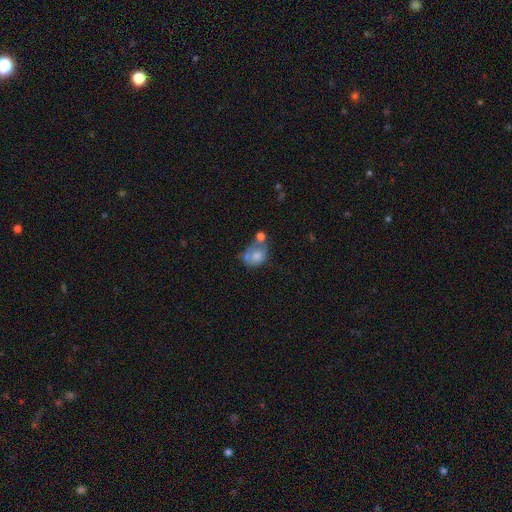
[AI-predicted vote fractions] A smooth galaxy with no disk features (65%) that is in between round and cigar-shaped (55%).

Vote fractions:
- Smooth or featured? smooth: 65% / featured or disk: 27% / star or artifact: 9%
- How rounded? in between: 55% / round: 44% / cigar-shaped: 1%
- Merging? merger: 37% / none: 24% / major disturbance: 20% / minor disturbance: 19%